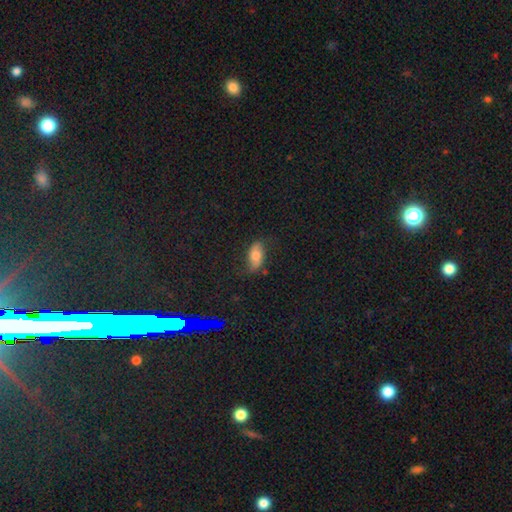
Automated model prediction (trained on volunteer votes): Q: Smooth or featured?
A: smooth (60%); runner-up: featured or disk (29%)
Q: How rounded?
A: in between (89%); runner-up: cigar-shaped (7%)
Q: Merging?
A: none (71%); runner-up: minor disturbance (20%)